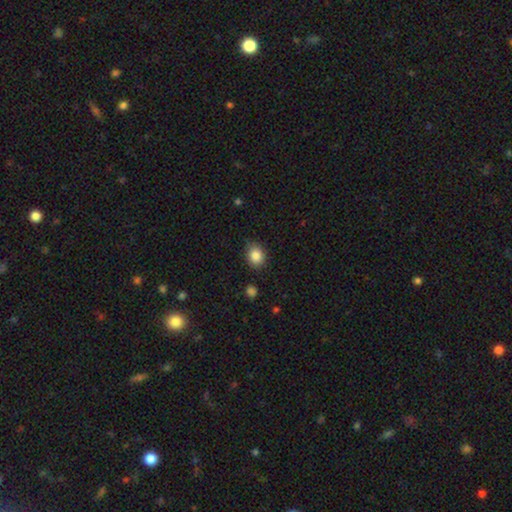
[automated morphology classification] A smooth galaxy with no disk features (86%) that is in between round and cigar-shaped (53%).

Vote fractions:
- Smooth or featured? smooth: 86% / star or artifact: 9% / featured or disk: 5%
- How rounded? in between: 53% / round: 46% / cigar-shaped: 1%
- Merging? none: 80% / minor disturbance: 15% / major disturbance: 3% / merger: 2%